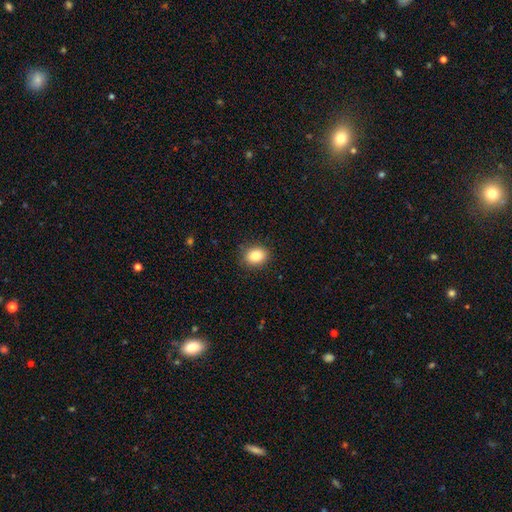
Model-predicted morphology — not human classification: This is clearly a smooth galaxy (86%). How rounded: possibly in between (52%). Merging: clearly none (88%).